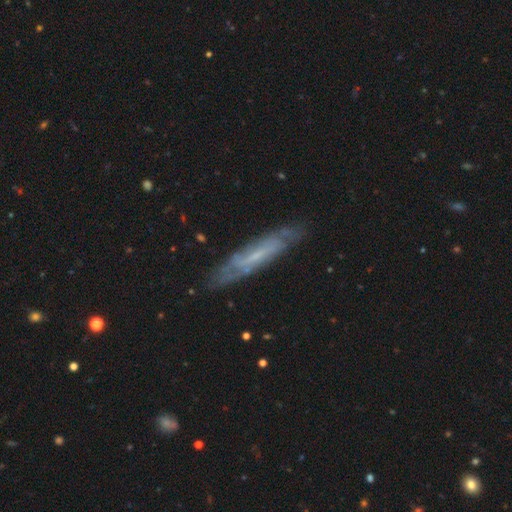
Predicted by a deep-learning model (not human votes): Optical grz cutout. It shows a featured or disk galaxy (68%) viewed edge-on (50%, tied with no). Merging: none (79%).